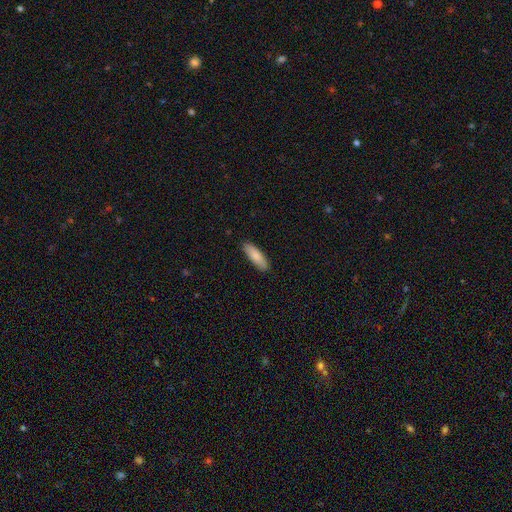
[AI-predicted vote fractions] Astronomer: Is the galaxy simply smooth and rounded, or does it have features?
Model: smooth — 84%.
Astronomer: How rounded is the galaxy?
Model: cigar-shaped — 50% (runner-up: in between, 49%).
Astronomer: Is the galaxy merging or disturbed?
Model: none — 89%.